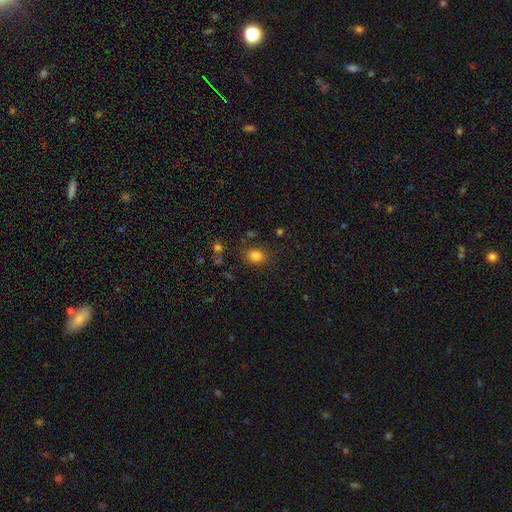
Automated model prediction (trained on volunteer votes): Smooth or featured? Predicted: smooth (p=0.82). How rounded? Predicted: round (p=0.52). Merging? Predicted: none (p=0.81).